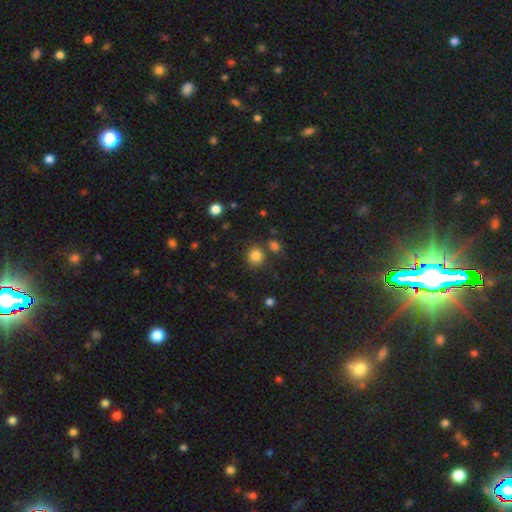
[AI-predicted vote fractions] Smooth or featured?
  - smooth: 82% *
  - star or artifact: 12%
  - featured or disk: 5%
How rounded?
  - round: 87% *
  - in between: 12%
  - cigar-shaped: 1%
Merging?
  - none: 78% *
  - merger: 10%
  - minor disturbance: 9%
  - major disturbance: 3%